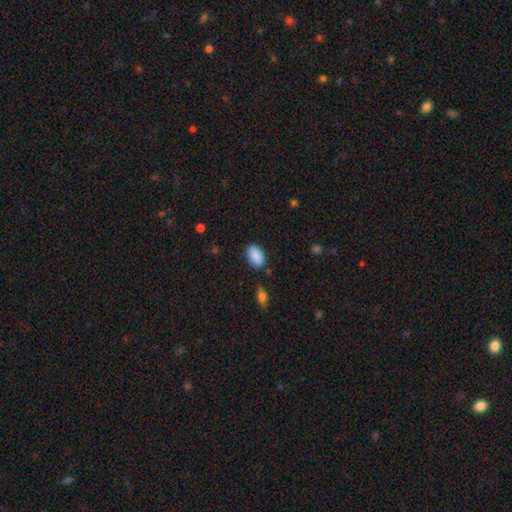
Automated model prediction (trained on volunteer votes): smooth 89%, star or artifact 7%, featured or disk 4%. Down the decision tree: how rounded — in between (92%); merging — none (82%).